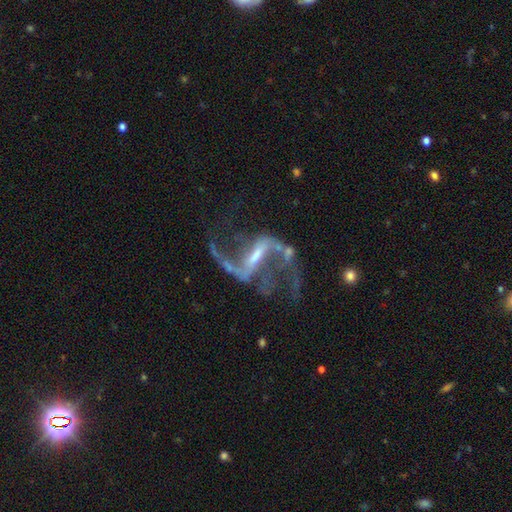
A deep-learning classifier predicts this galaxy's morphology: featured or disk 91%, star or artifact 6%, smooth 3%. Down the decision tree: edge-on disk — no (96%); bar — strong (59%); spiral arms — yes (96%); spiral arm count — 2 (92%); spiral winding — loose (79%); bulge size — small (51%); merging — none (55%).